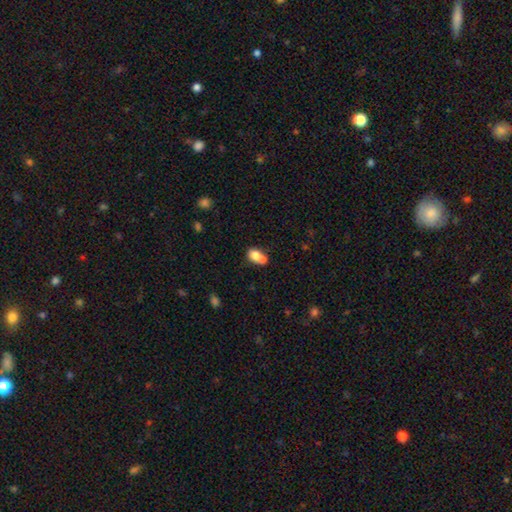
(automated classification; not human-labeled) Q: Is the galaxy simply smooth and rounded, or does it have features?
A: smooth — 76%.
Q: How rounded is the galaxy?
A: round — 50%.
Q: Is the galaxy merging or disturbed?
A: merger — 58%.